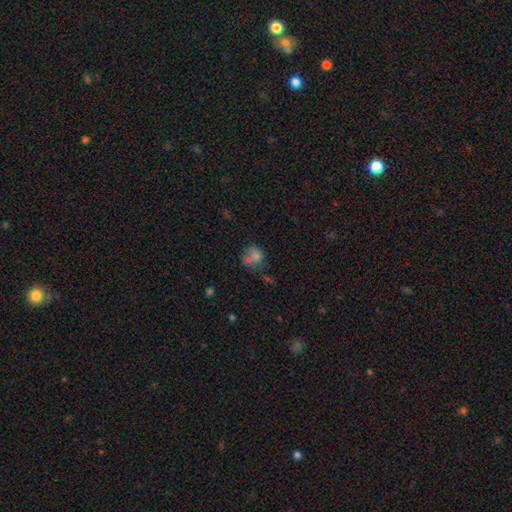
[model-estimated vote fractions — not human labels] A smooth galaxy with no disk features (63%) that is round (66%).

Vote fractions:
- Smooth or featured? smooth: 63% / featured or disk: 22% / star or artifact: 15%
- How rounded? round: 66% / in between: 33% / cigar-shaped: 1%
- Merging? merger: 39% / none: 34% / minor disturbance: 16% / major disturbance: 12%